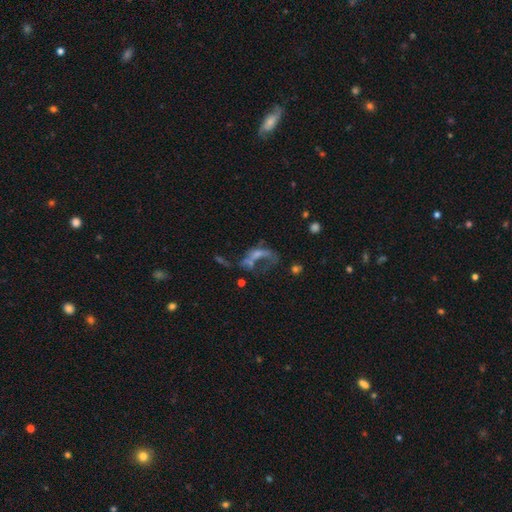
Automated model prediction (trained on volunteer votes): Smooth or featured?
  - featured or disk: 51% *
  - smooth: 28%
  - star or artifact: 21%
Edge-on disk?
  - no: 92% *
  - yes: 8%
Merging?
  - major disturbance: 45% *
  - merger: 23%
  - none: 21%
  - minor disturbance: 11%